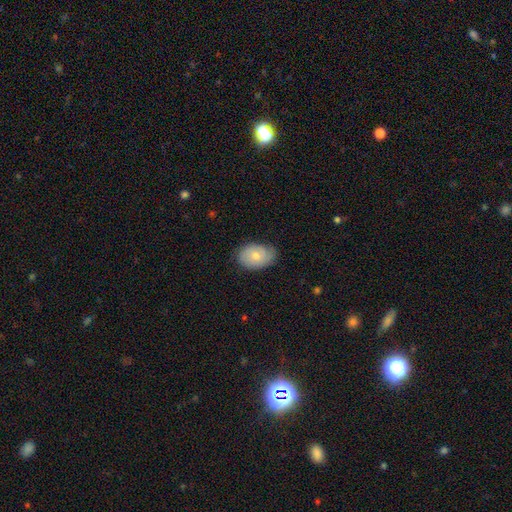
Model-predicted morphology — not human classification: This appears to be a smooth galaxy with no disk features (60%) that is in between round and cigar-shaped (80%). Merging: none (71%).